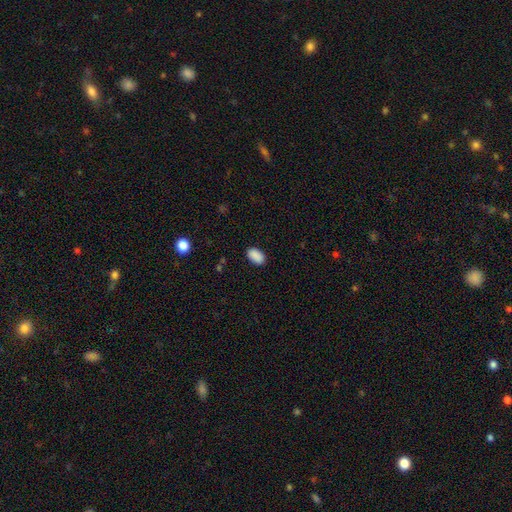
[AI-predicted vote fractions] Smooth or featured?
  - smooth: 90% *
  - star or artifact: 7%
  - featured or disk: 3%
How rounded?
  - in between: 93% *
  - round: 6%
  - cigar-shaped: 1%
Merging?
  - none: 87% *
  - minor disturbance: 9%
  - major disturbance: 2%
  - merger: 1%